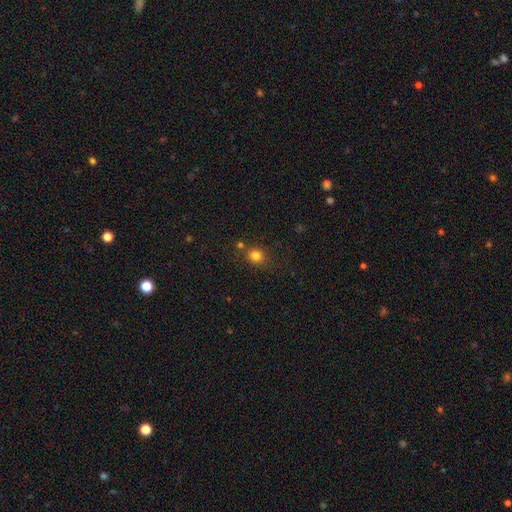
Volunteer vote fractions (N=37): This appears to be a smooth galaxy with no disk features (95%) that is round (86%). Merging: none (62%).